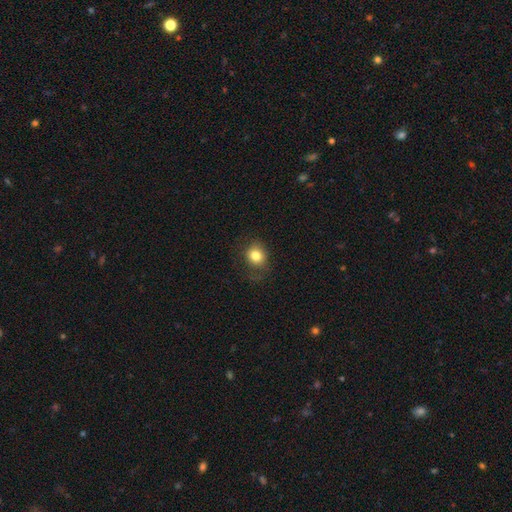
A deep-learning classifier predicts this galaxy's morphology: Overall: smooth (81%). How rounded: round (71%). Merging: none (73%).